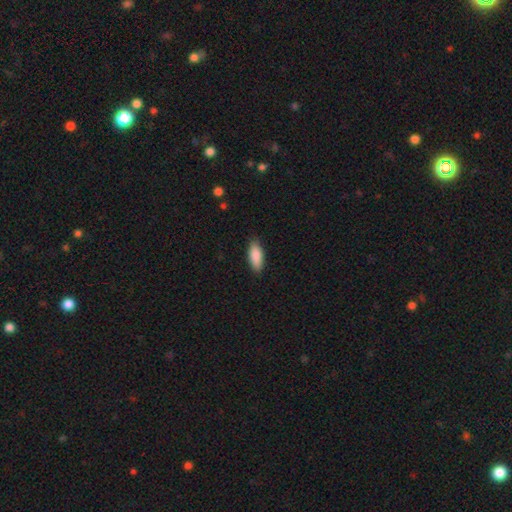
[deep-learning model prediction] This appears to be a smooth galaxy with no disk features (88%) that is in between round and cigar-shaped (80%). Merging: none (87%).